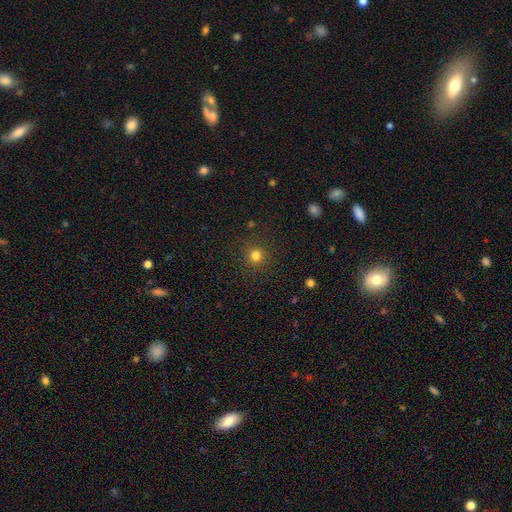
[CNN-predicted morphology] A smooth galaxy with no disk features (80%) that is round (94%).

Vote fractions:
- Smooth or featured? smooth: 80% / star or artifact: 14% / featured or disk: 5%
- How rounded? round: 94% / in between: 6% / cigar-shaped: 1%
- Merging? none: 89% / minor disturbance: 7% / major disturbance: 3% / merger: 1%